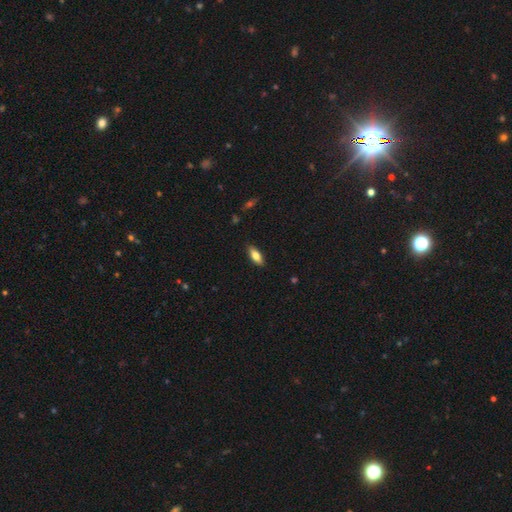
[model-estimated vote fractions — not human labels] Smooth or featured? Predicted: smooth (p=0.73). How rounded? Predicted: in between (p=0.75). Merging? Predicted: none (p=0.88).